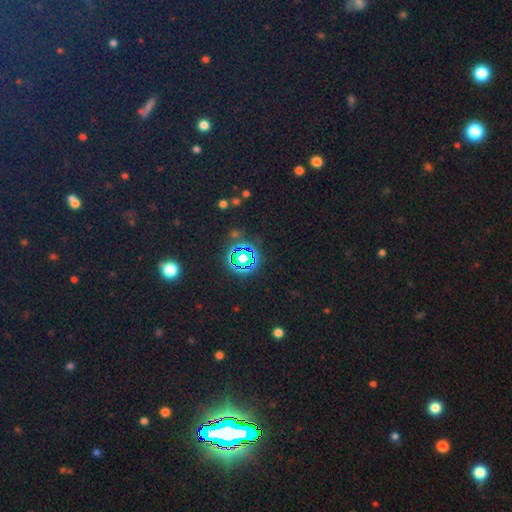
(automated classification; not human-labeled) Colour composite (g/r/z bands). It shows a star or artifact, not a galaxy (80%).